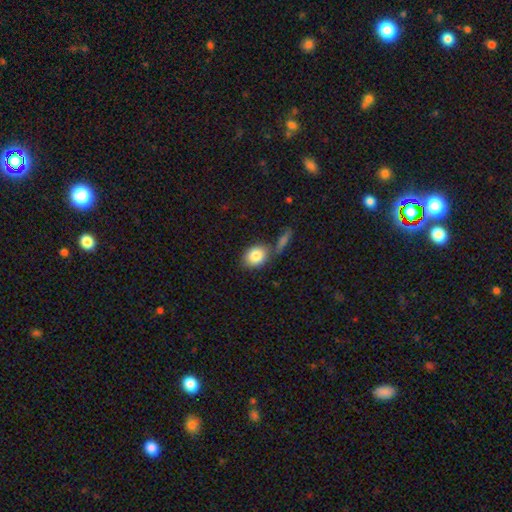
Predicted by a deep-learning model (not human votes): Smooth or featured: smooth — 84% (featured or disk — 9%)
How rounded: in between — 55% (round — 43%)
Merging: none — 57% (merger — 22%)